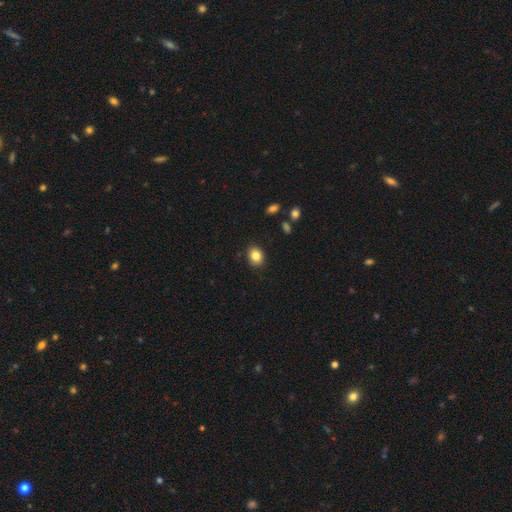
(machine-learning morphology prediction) This is clearly a smooth galaxy (84%). How rounded: possibly in between (52%). Merging: clearly none (87%).